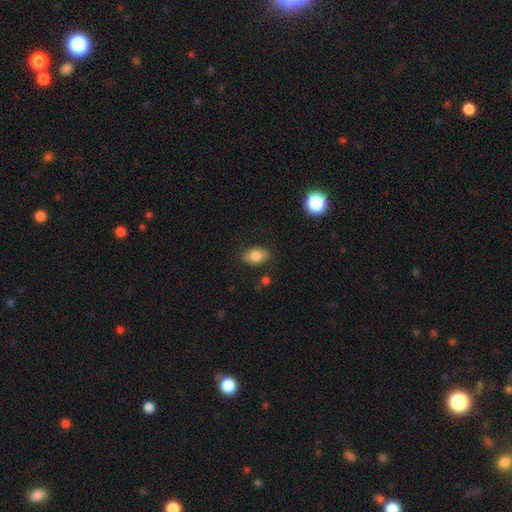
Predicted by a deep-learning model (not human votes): smooth-or-featured: smooth: 79% | featured or disk: 12% | star or artifact: 8%
  how-rounded: in between: 88% | round: 11% | cigar-shaped: 2%
  merging: none: 82% | minor disturbance: 13% | major disturbance: 3% | merger: 2%